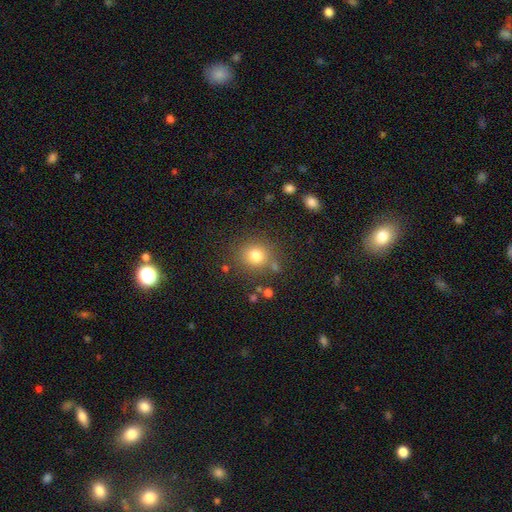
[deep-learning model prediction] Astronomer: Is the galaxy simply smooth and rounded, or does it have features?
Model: smooth — 79%.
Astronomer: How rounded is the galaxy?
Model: round — 87%.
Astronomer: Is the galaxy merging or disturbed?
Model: none — 80%.